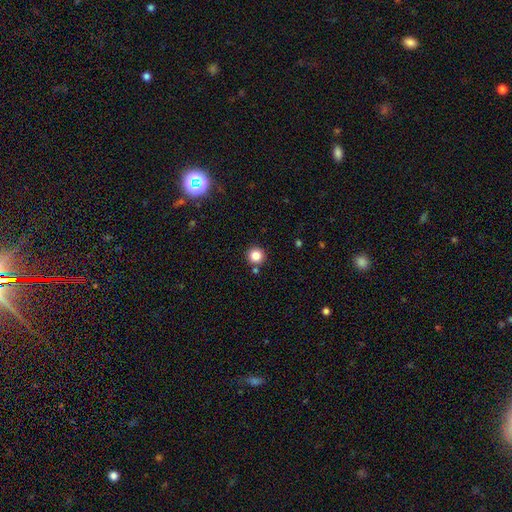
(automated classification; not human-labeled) Smooth or featured? smooth (84%)
How rounded? round (95%)
Merging? none (87%)